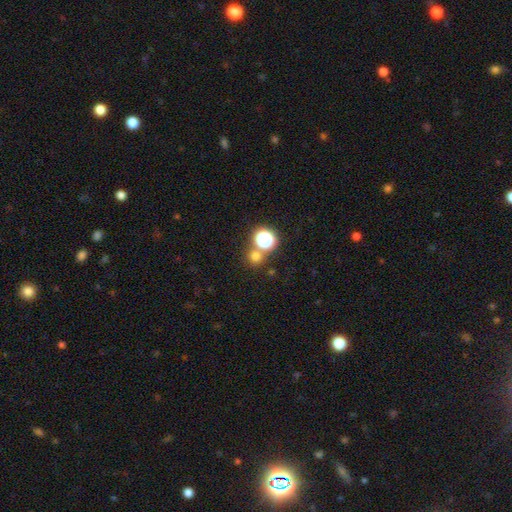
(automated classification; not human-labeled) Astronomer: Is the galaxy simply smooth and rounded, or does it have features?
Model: smooth — 68%.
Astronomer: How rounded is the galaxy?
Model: round — 90%.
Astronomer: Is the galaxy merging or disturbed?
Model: none — 70%.